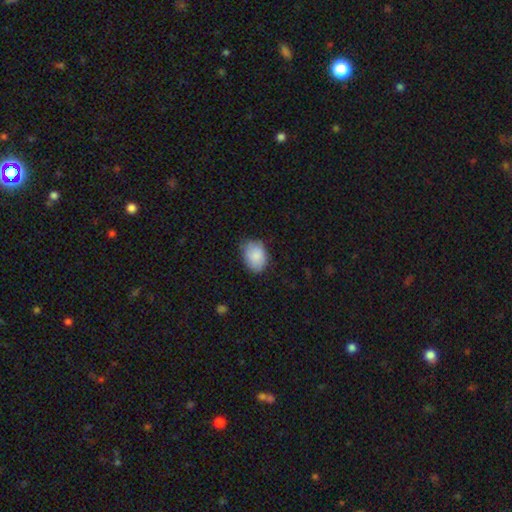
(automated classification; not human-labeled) This appears to be a smooth galaxy with no disk features (86%) that is in between round and cigar-shaped (75%). Merging: none (71%).